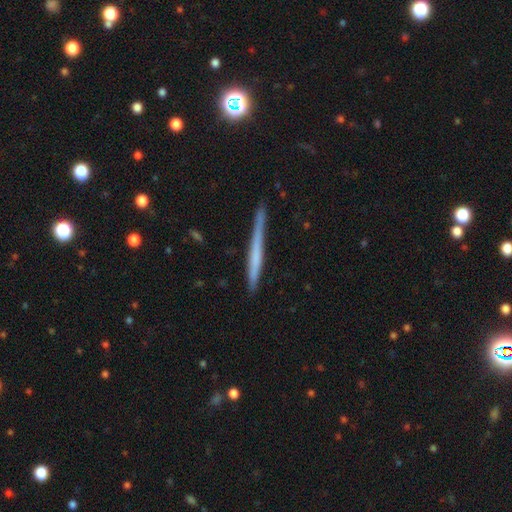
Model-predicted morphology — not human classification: Smooth or featured? Predicted: featured or disk (p=0.49). Merging? Predicted: none (p=0.82).